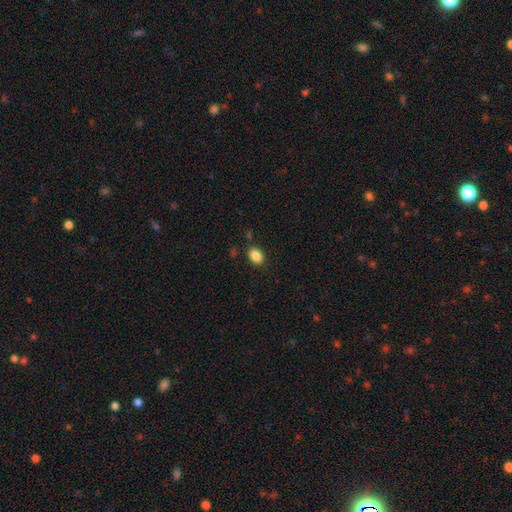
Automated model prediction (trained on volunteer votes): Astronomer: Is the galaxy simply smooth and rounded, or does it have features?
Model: smooth — 87%.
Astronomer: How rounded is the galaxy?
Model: in between — 77%.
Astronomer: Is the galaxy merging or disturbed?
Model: none — 83%.